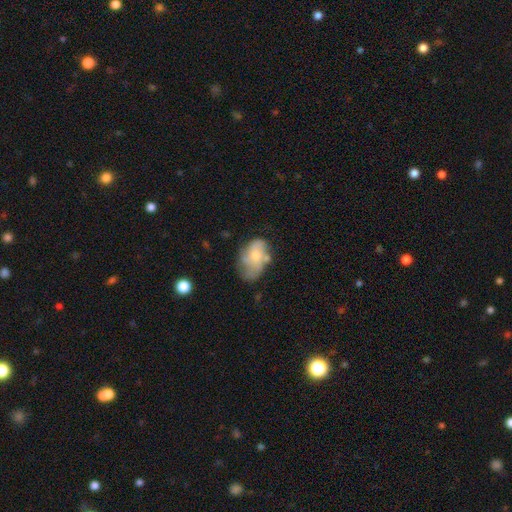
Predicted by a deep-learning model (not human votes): A smooth galaxy with no disk features (52%) that is in between round and cigar-shaped (86%).

Vote fractions:
- Smooth or featured? smooth: 52% / featured or disk: 40% / star or artifact: 8%
- How rounded? in between: 86% / round: 13% / cigar-shaped: 1%
- Merging? none: 39% / minor disturbance: 32% / major disturbance: 21% / merger: 9%